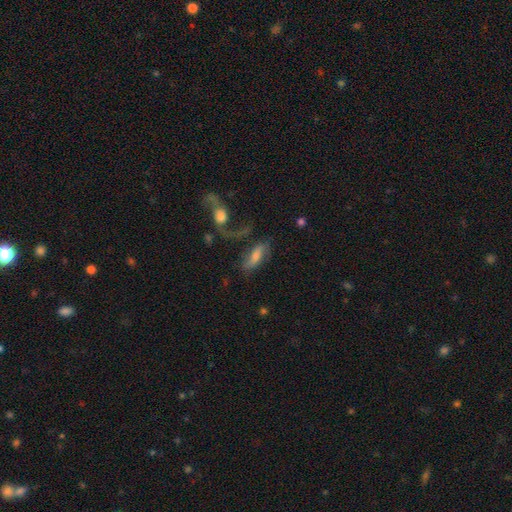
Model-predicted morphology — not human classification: A featured or disk galaxy (53%). Merging: none (45%).